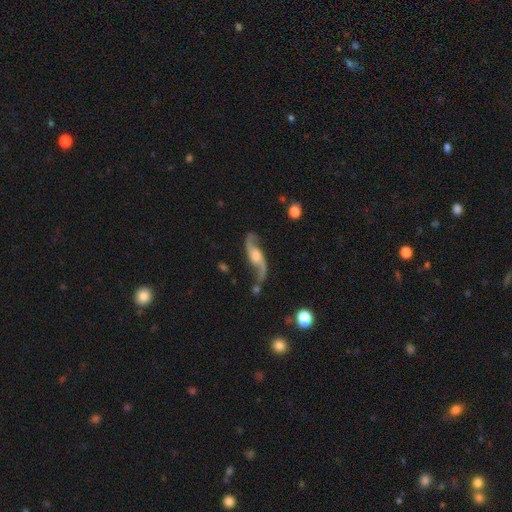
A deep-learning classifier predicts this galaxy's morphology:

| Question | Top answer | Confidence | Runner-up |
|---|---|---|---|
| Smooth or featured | featured or disk | 89% | smooth (6%) |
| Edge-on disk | no | 91% | yes (9%) |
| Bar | no | 50% | weak (38%) |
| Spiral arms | yes | 97% | no (3%) |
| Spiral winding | loose | 77% | medium (18%) |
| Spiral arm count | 2 | 94% | can't tell (2%) |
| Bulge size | moderate | 38% | small (22%) |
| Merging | none | 70% | minor disturbance (16%) |